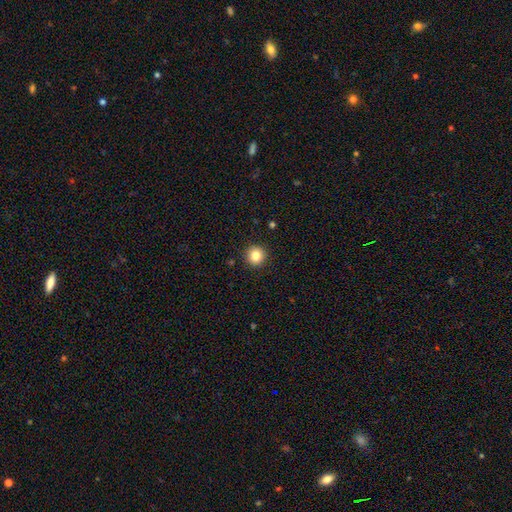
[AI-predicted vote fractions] Morphology: type=smooth (83%); roundness=round (95%); merging=none (93%).